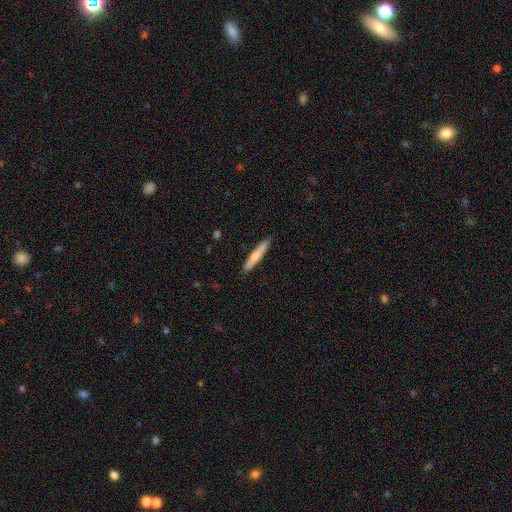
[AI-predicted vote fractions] Q: Smooth or featured?
A: smooth (64%); runner-up: featured or disk (30%)
Q: How rounded?
A: cigar-shaped (95%); runner-up: in between (4%)
Q: Merging?
A: none (90%); runner-up: minor disturbance (8%)